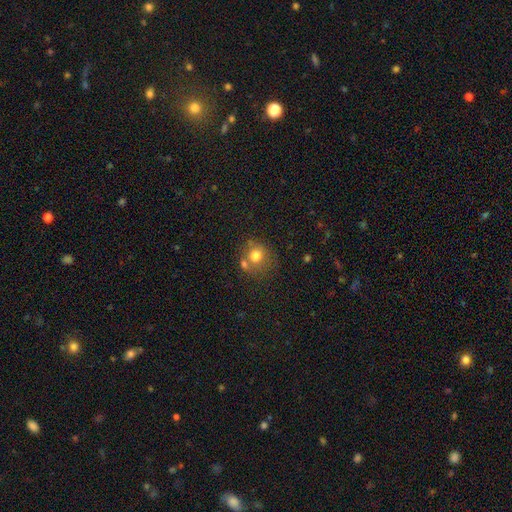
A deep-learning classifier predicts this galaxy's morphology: Q: Smooth or featured?
A: smooth (76%); runner-up: star or artifact (12%)
Q: How rounded?
A: round (85%); runner-up: in between (14%)
Q: Merging?
A: none (57%); runner-up: merger (25%)